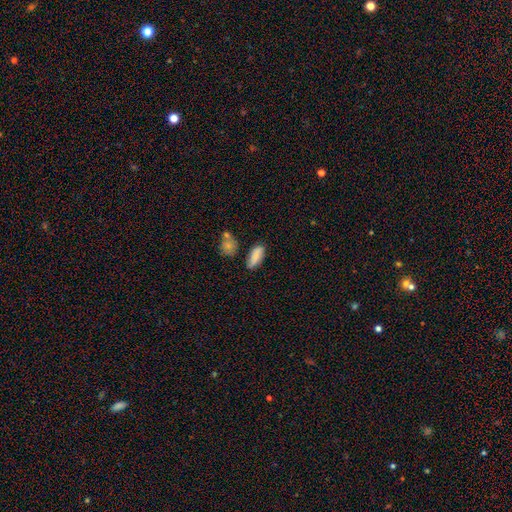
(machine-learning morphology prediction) The model was most divided on "merging": none: 68%, minor disturbance: 21%, merger: 6%, major disturbance: 5%. More confident: smooth or featured — smooth (79%); how rounded — in between (78%).